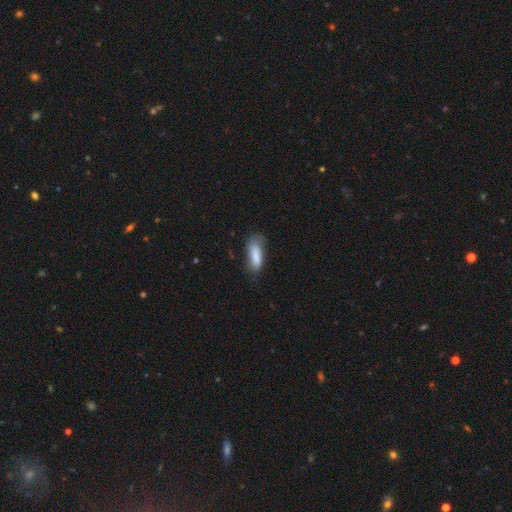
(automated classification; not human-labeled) smooth 81%, featured or disk 12%, star or artifact 7%. Down the decision tree: how rounded — in between (63%); merging — none (50%).